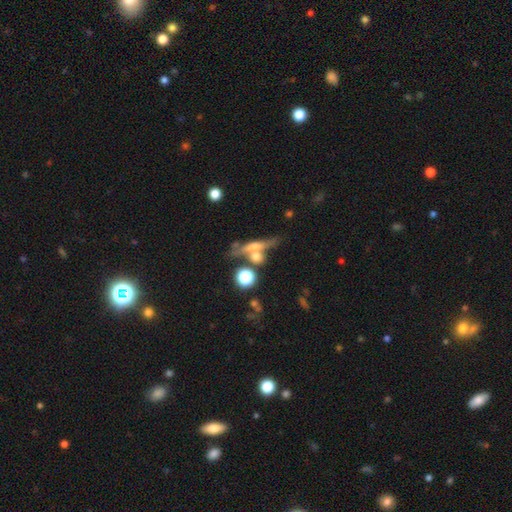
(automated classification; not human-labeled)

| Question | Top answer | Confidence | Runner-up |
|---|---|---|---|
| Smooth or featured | featured or disk | 51% | smooth (35%) |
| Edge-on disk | yes | 82% | no (18%) |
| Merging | none | 54% | merger (27%) |